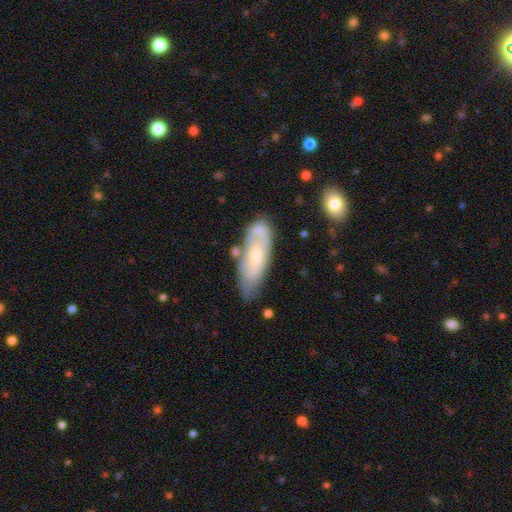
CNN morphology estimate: The model was most divided on "smooth or featured": smooth: 49%, featured or disk: 45%, star or artifact: 6%. More confident: merging — none (59%).